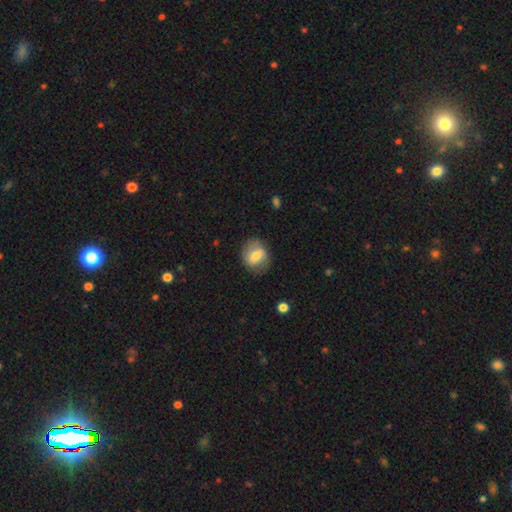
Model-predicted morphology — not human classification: This appears to be a smooth galaxy with no disk features (59%) that is round (52%). Merging: none (74%).